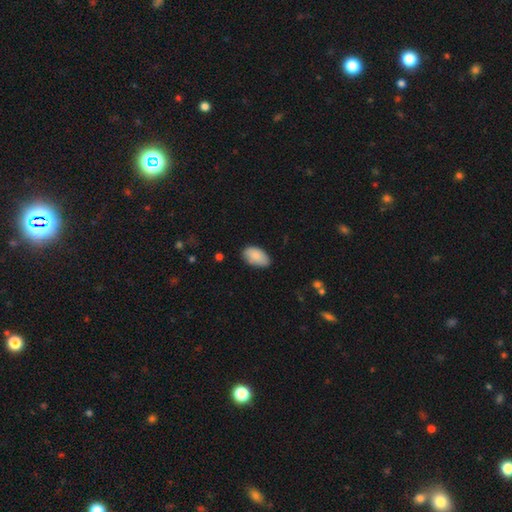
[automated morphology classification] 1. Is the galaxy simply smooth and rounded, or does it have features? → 87% smooth, 7% featured or disk, 6% star or artifact.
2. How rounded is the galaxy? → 94% in between, 4% round, 1% cigar-shaped.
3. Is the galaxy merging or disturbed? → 74% none, 21% minor disturbance, 3% major disturbance, 1% merger.